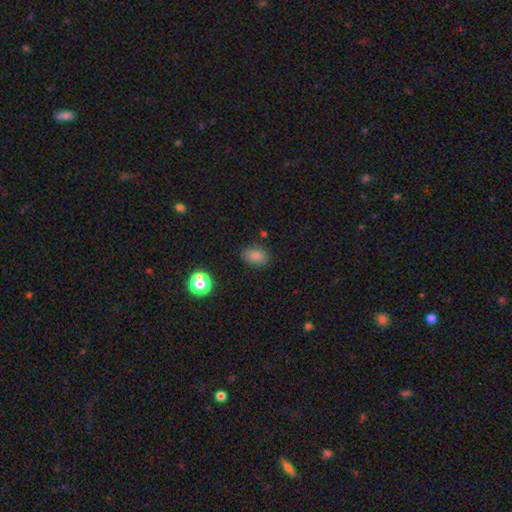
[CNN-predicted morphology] smooth_or_featured: smooth (p=0.78) [alt: star or artifact p=0.14]
how_rounded: in between (p=0.71) [alt: round p=0.28]
merging: none (p=0.80) [alt: minor disturbance p=0.14]